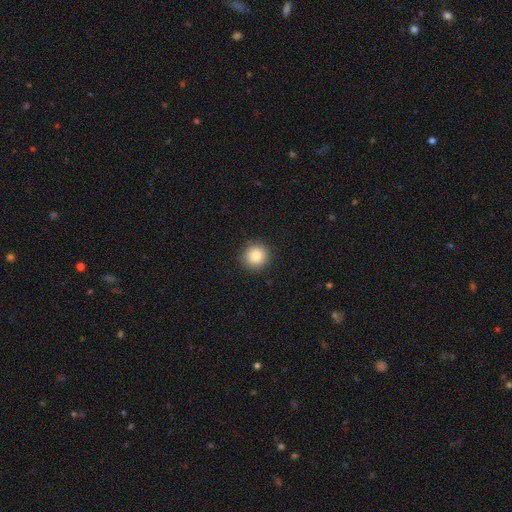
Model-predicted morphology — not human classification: This is clearly a smooth galaxy (84%). How rounded: clearly round (95%). Merging: clearly none (92%).